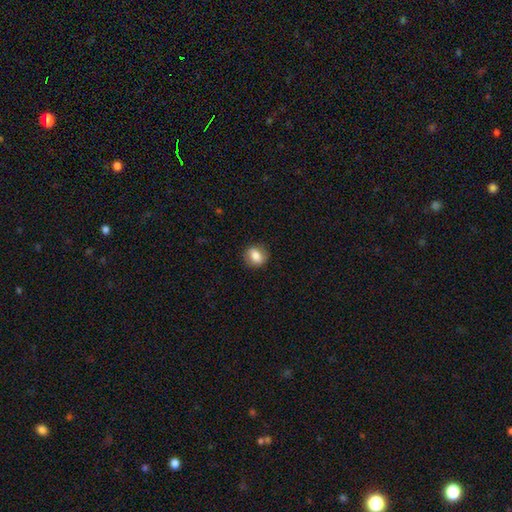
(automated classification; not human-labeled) smooth_or_featured: smooth (p=0.78) [alt: featured or disk p=0.13]
how_rounded: round (p=0.63) [alt: in between p=0.36]
merging: none (p=0.85) [alt: minor disturbance p=0.11]